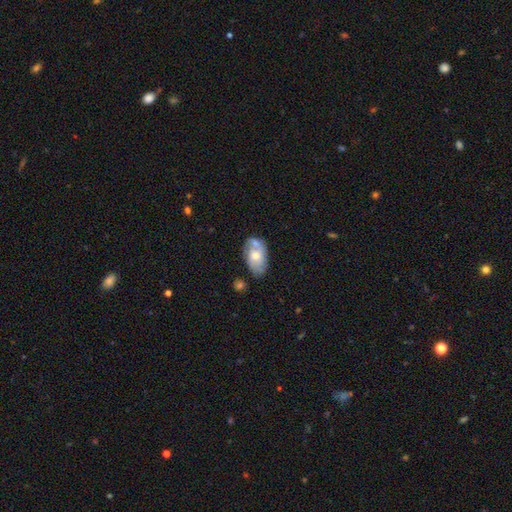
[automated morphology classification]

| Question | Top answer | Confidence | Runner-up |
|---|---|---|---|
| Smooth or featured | smooth | 52% | featured or disk (41%) |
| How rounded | in between | 91% | round (7%) |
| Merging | none | 46% | merger (25%) |